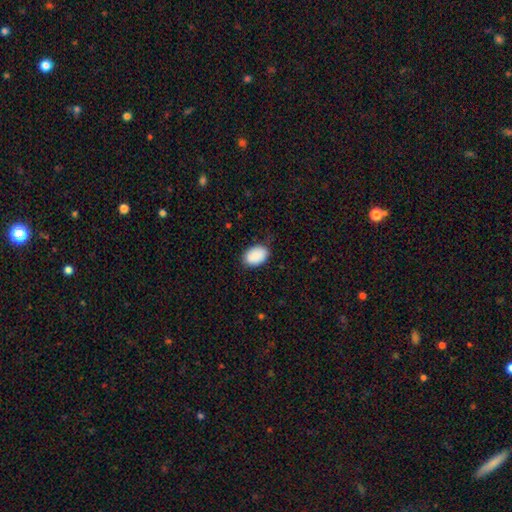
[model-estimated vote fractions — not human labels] This appears to be a smooth galaxy with no disk features (90%) that is in between round and cigar-shaped (87%). Merging: none (80%).